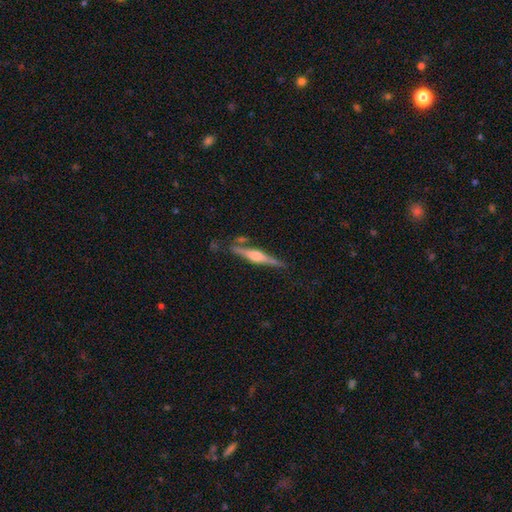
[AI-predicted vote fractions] Q: Smooth or featured?
A: featured or disk (80%); runner-up: smooth (14%)
Q: Edge-on disk?
A: yes (98%); runner-up: no (2%)
Q: Edge-on bulge?
A: rounded (85%); runner-up: boxy (11%)
Q: Merging?
A: none (80%); runner-up: minor disturbance (13%)